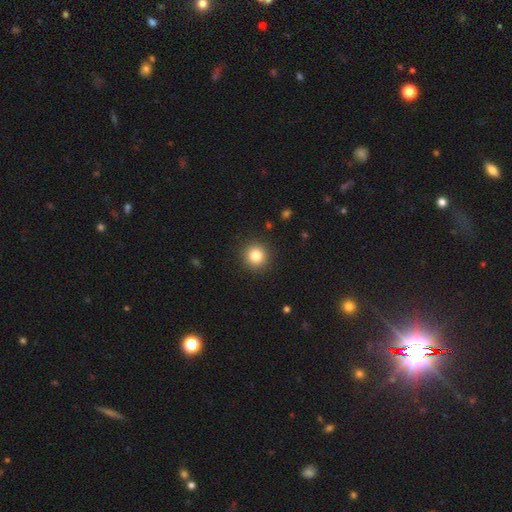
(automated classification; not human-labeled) Smooth or featured? smooth (83%)
How rounded? round (93%)
Merging? none (92%)